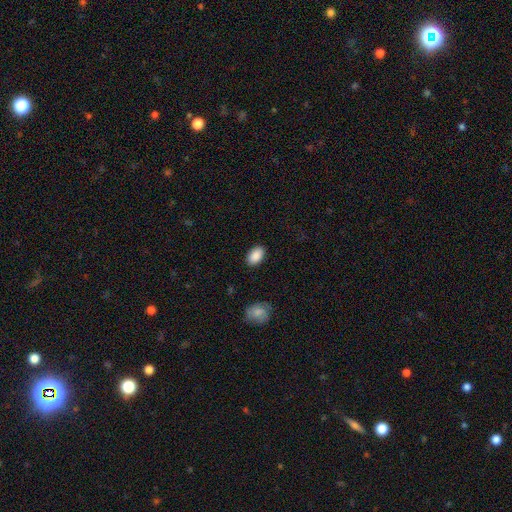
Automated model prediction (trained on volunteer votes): smooth-or-featured: smooth: 89% | star or artifact: 7% | featured or disk: 4%
  how-rounded: in between: 92% | round: 6% | cigar-shaped: 1%
  merging: none: 88% | minor disturbance: 9% | major disturbance: 2% | merger: 1%